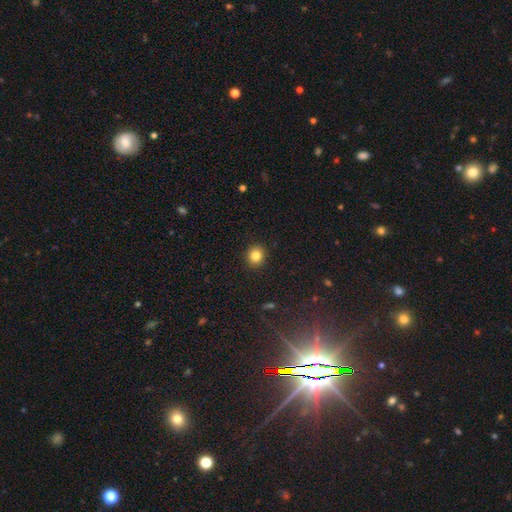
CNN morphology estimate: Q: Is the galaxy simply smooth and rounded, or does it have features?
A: smooth — 84%.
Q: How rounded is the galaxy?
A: round — 86%.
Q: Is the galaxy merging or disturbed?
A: none — 92%.